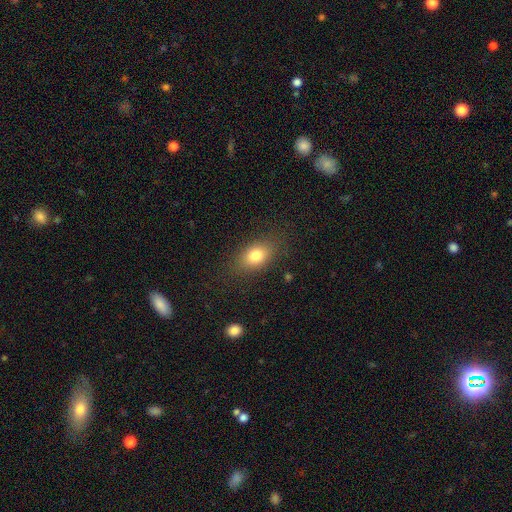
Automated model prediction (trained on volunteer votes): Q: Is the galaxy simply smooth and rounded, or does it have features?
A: smooth — 79%.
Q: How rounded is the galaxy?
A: in between — 80%.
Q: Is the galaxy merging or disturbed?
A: none — 83%.